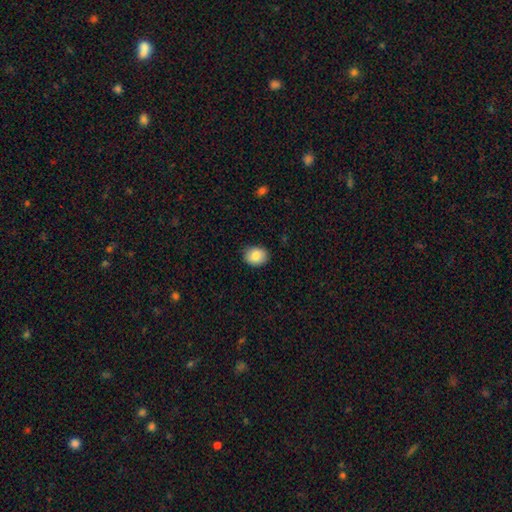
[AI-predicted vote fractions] smooth 85%, star or artifact 8%, featured or disk 7%. Down the decision tree: how rounded — round (53%); merging — none (87%).